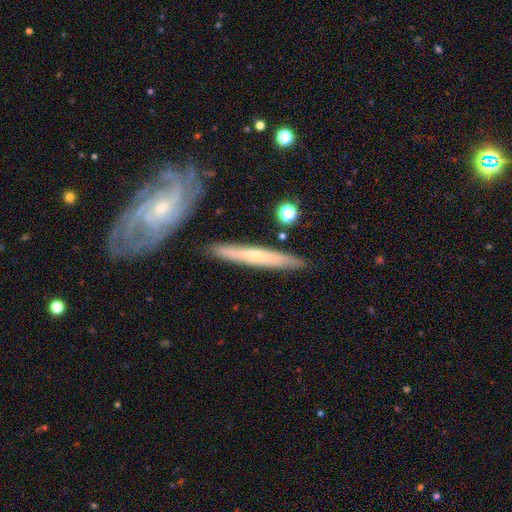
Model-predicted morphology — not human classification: smooth_or_featured: featured or disk (p=0.59) [alt: smooth p=0.36]
disk_edge_on: yes (p=0.85) [alt: no p=0.15]
merging: none (p=0.86) [alt: minor disturbance p=0.09]